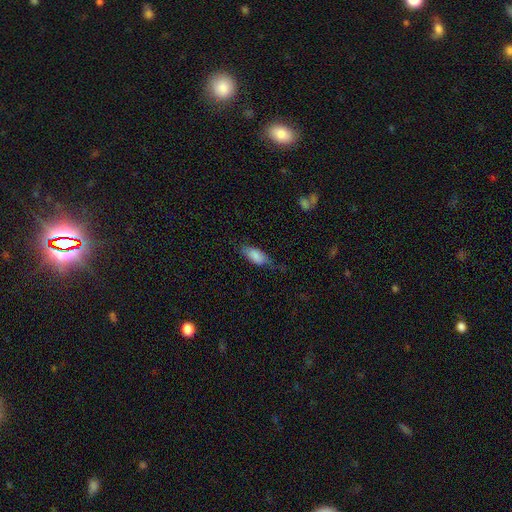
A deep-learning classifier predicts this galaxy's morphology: Q: Smooth or featured?
A: smooth (81%); runner-up: featured or disk (12%)
Q: How rounded?
A: in between (81%); runner-up: cigar-shaped (16%)
Q: Merging?
A: none (54%); runner-up: minor disturbance (32%)